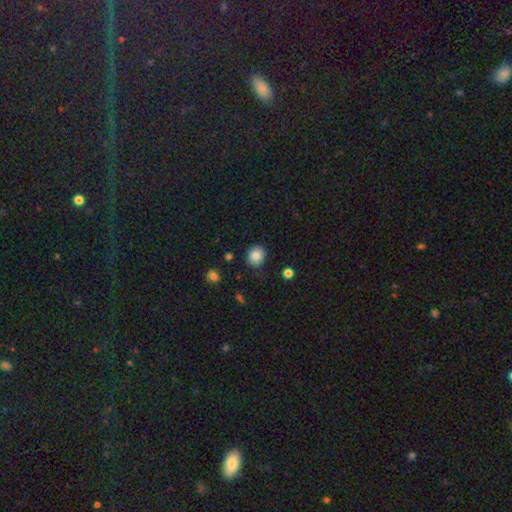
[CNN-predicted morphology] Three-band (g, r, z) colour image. It shows a smooth galaxy with no disk features (84%) that is round (81%). Merging: none (86%).